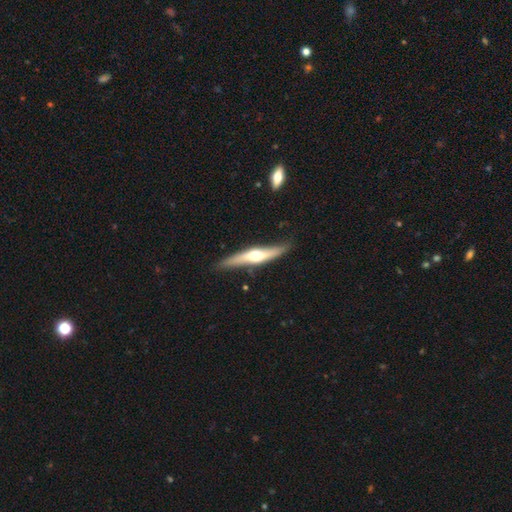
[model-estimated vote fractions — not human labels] Morphology: type=featured or disk (62%); edge-on=yes (89%); edge-on bulge=rounded (91%); merging=none (80%).